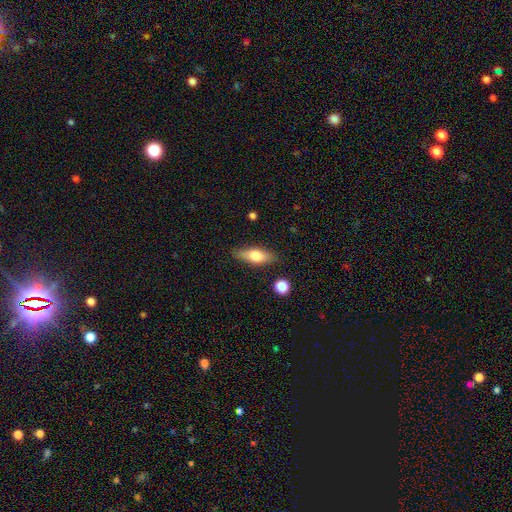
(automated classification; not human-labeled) A smooth galaxy with no disk features (61%) that is in between round and cigar-shaped (60%). Merging: none (84%).